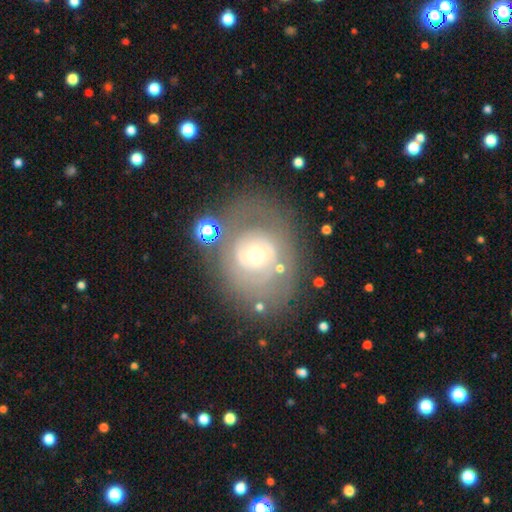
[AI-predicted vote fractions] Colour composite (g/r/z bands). It shows a featured or disk galaxy (57%) with no bar (80%), no spiral arms (66%) and a moderate central bulge (63%). Merging: none (67%).